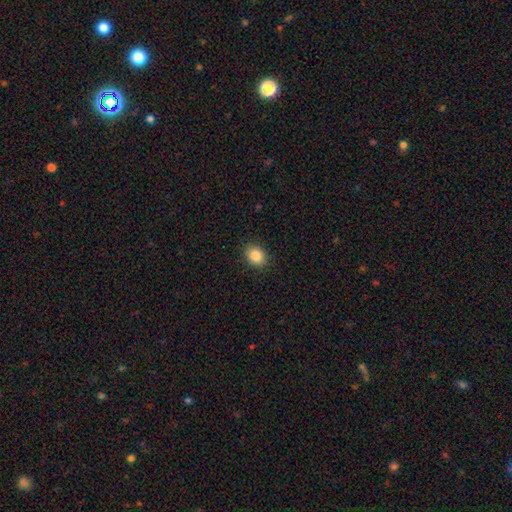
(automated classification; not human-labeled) Smooth or featured? smooth (86%)
How rounded? in between (53%)
Merging? none (90%)